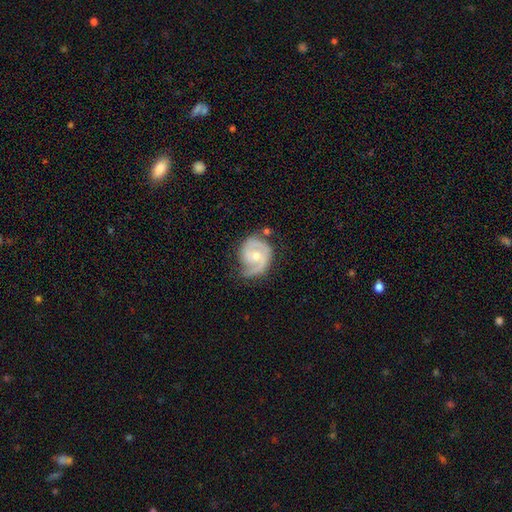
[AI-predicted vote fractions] featured or disk 82%, smooth 13%, star or artifact 5%. Down the decision tree: edge-on disk — no (98%); bar — no (64%); spiral arms — yes (94%); spiral arm count — 2 (54%); spiral winding — tight (49%); bulge size — moderate (60%); merging — none (56%).